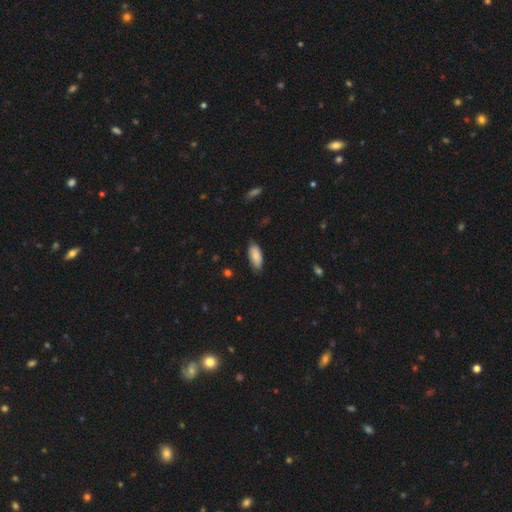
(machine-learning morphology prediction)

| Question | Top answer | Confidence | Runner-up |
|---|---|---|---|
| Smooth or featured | smooth | 85% | featured or disk (10%) |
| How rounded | in between | 86% | cigar-shaped (12%) |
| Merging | none | 75% | minor disturbance (20%) |